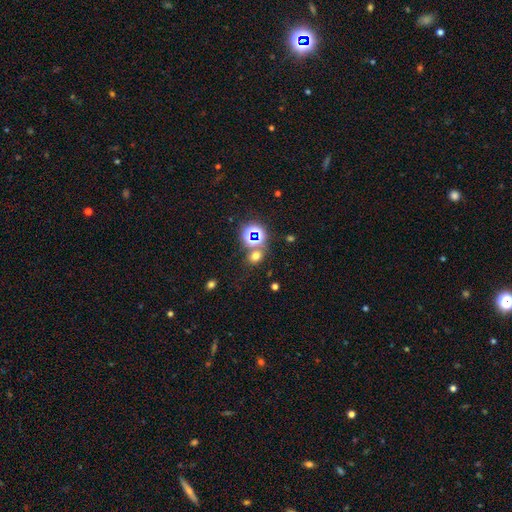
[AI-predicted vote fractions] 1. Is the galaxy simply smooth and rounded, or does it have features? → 54% smooth, 38% star or artifact, 8% featured or disk.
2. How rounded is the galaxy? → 62% round, 36% in between, 1% cigar-shaped.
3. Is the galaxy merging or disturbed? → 71% none, 15% merger, 10% minor disturbance, 5% major disturbance.